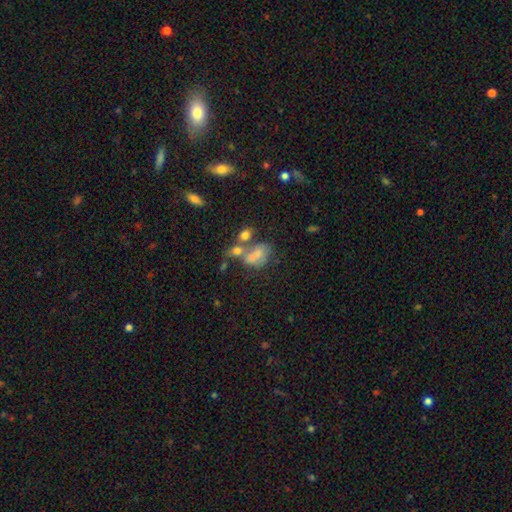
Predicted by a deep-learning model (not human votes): The model was most divided on "merging": merger: 47%, none: 22%, major disturbance: 17%, minor disturbance: 14%. More confident: how rounded — in between (76%); smooth or featured — smooth (57%).